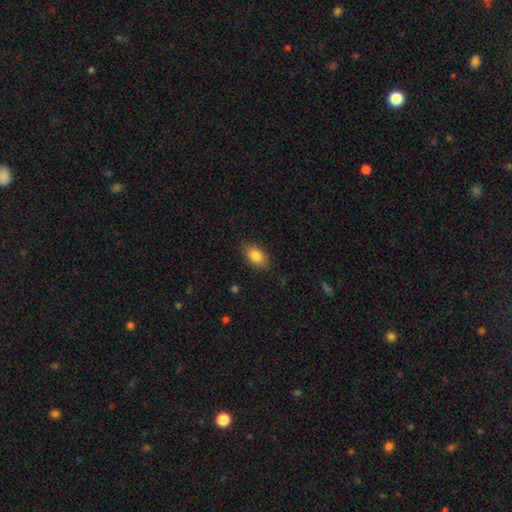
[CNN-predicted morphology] smooth 81%, featured or disk 11%, star or artifact 8%. Down the decision tree: how rounded — in between (87%); merging — none (83%).